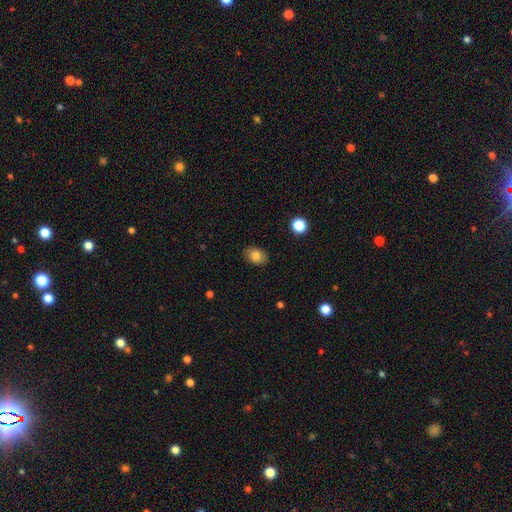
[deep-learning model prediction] Smooth or featured: smooth — 82% (featured or disk — 9%)
How rounded: in between — 73% (round — 26%)
Merging: none — 85% (minor disturbance — 11%)